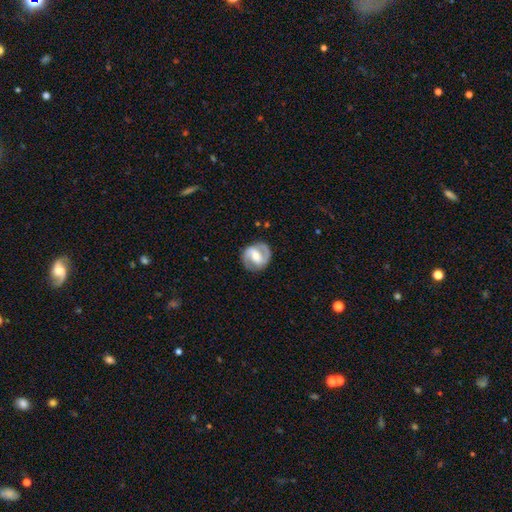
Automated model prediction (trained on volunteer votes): This is clearly a featured or disk galaxy (80%). It is clearly not viewed edge-on (97%). Bar: possibly strong (51%). Spiral arm pattern: clearly yes (88%). Spiral arm count: clearly 2 (89%). Spiral winding: possibly medium (47%). Central bulge: possibly moderate (59%). Merging: clearly none (84%).